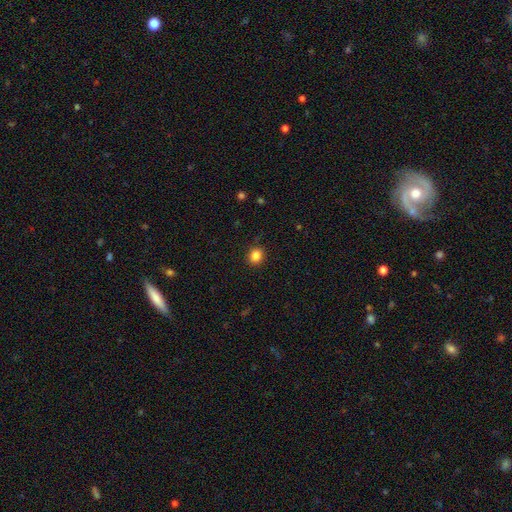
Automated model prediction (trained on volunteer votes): smooth_or_featured: smooth (p=0.85) [alt: star or artifact p=0.11]
how_rounded: round (p=0.76) [alt: in between p=0.23]
merging: none (p=0.90) [alt: minor disturbance p=0.07]